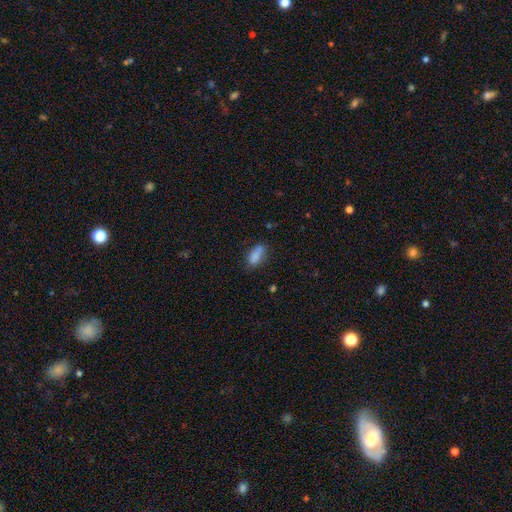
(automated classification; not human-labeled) Smooth or featured: smooth — 81% (featured or disk — 10%)
How rounded: in between — 85% (cigar-shaped — 9%)
Merging: none — 58% (minor disturbance — 23%)